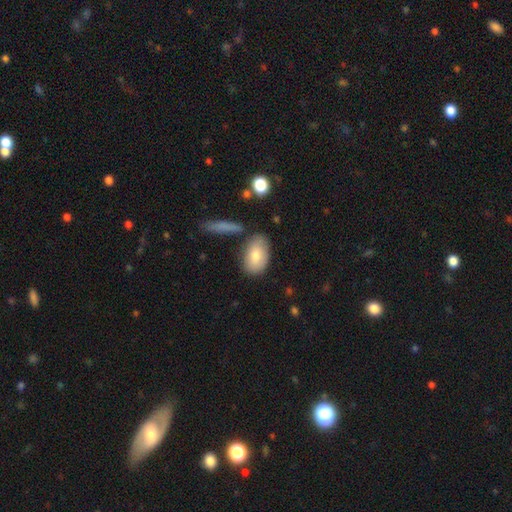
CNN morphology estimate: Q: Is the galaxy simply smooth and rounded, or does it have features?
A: smooth — 75%.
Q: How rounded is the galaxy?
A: in between — 90%.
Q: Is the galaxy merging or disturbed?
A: none — 70%.